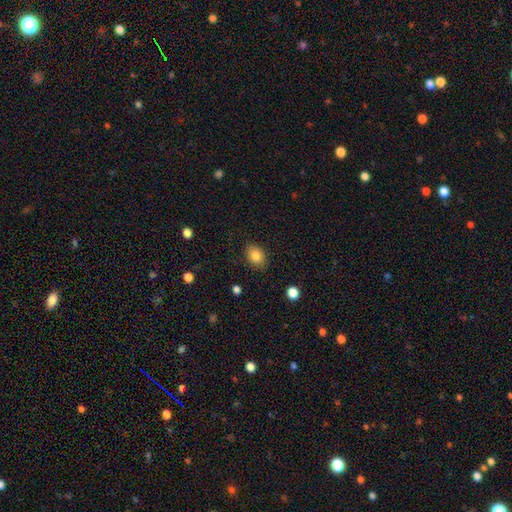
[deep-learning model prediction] This is clearly a smooth galaxy (83%). How rounded: likely in between (71%). Merging: clearly none (85%).